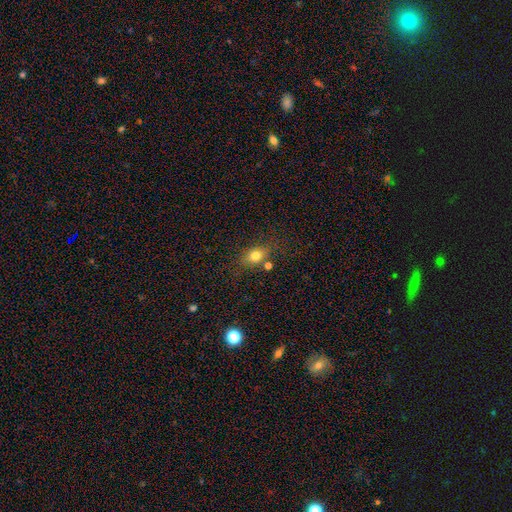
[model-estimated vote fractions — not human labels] Q: Smooth or featured?
A: smooth (78%); runner-up: star or artifact (12%)
Q: How rounded?
A: in between (63%); runner-up: round (34%)
Q: Merging?
A: none (71%); runner-up: minor disturbance (15%)